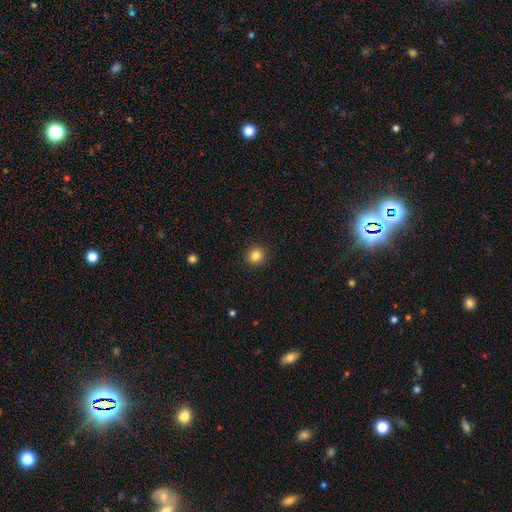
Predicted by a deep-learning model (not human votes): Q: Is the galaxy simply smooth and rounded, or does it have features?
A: smooth — 84%.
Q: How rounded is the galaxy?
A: round — 92%.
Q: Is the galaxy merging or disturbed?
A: none — 92%.